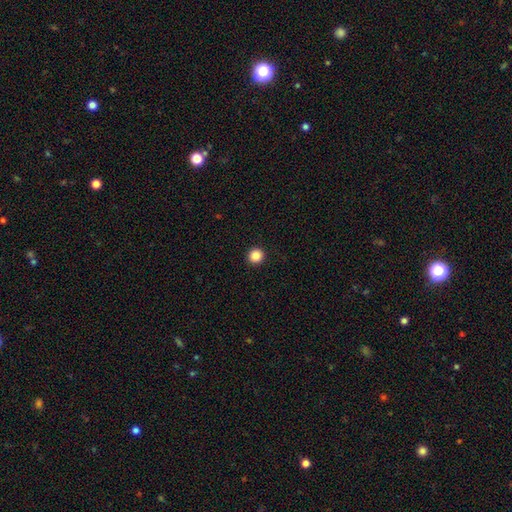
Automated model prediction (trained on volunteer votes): Morphology: type=smooth (86%); roundness=round (95%); merging=none (94%).